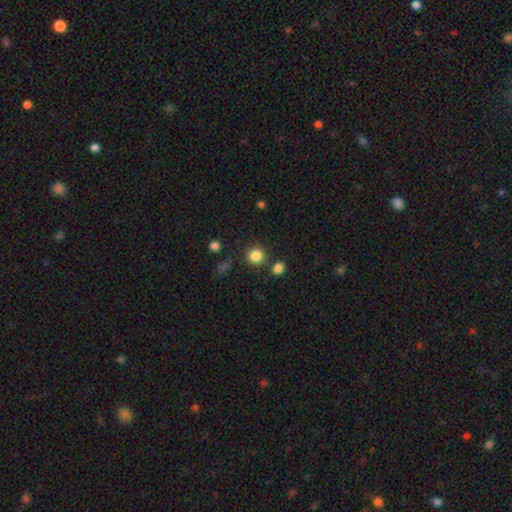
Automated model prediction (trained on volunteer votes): A smooth galaxy with no disk features (84%) that is round (92%). Merging: none (83%).